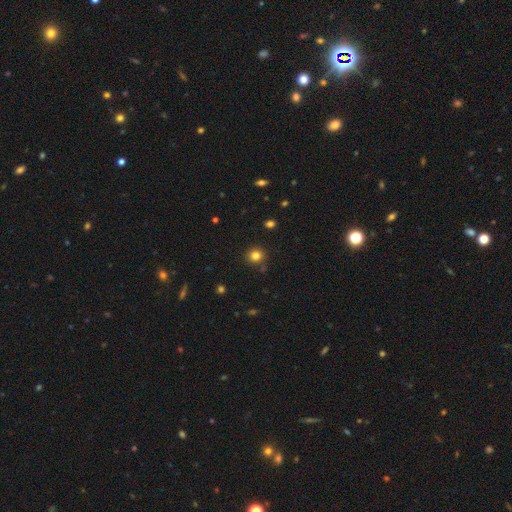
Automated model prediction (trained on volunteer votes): A smooth galaxy with no disk features (81%) that is round (88%).

Vote fractions:
- Smooth or featured? smooth: 81% / star or artifact: 13% / featured or disk: 5%
- How rounded? round: 88% / in between: 11% / cigar-shaped: 1%
- Merging? none: 87% / minor disturbance: 7% / merger: 3% / major disturbance: 2%